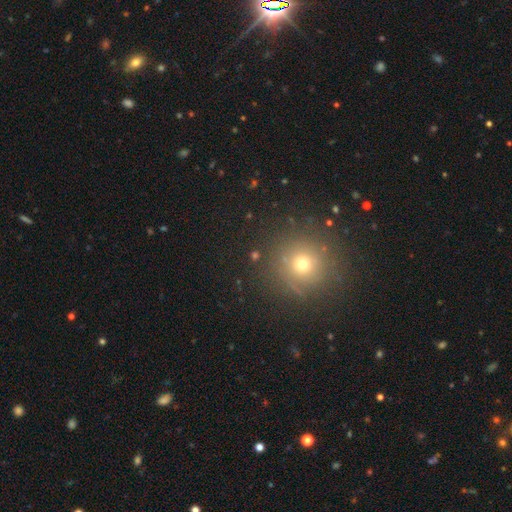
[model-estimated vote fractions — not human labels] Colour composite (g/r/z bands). It shows a smooth galaxy with no disk features (53%) that is round (93%). Merging: none (86%).